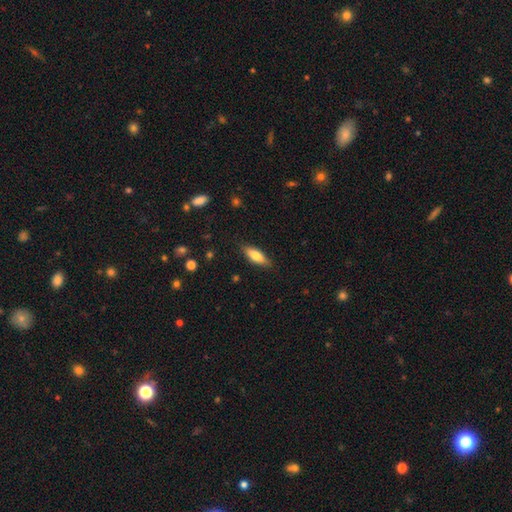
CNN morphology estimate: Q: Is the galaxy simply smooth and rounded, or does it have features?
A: smooth — 70%.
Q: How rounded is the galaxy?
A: in between — 57%.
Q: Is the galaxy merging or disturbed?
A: none — 85%.